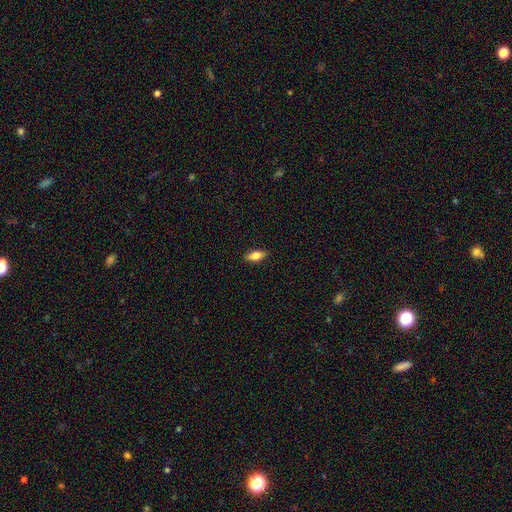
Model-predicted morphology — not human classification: smooth 69%, featured or disk 24%, star or artifact 7%. Down the decision tree: how rounded — in between (77%); merging — none (88%).